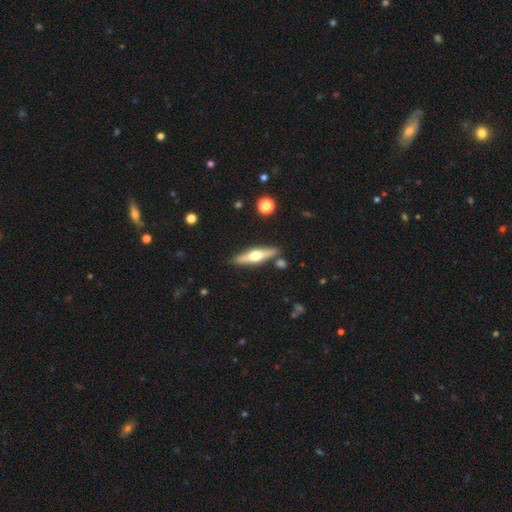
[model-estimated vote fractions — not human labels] smooth-or-featured: featured or disk: 60% | smooth: 35% | star or artifact: 6%
  disk-edge-on: yes: 94% | no: 6%
    edge-on-bulge: rounded: 94% | boxy: 3% | none: 2%
  merging: none: 85% | minor disturbance: 9% | merger: 4% | major disturbance: 2%